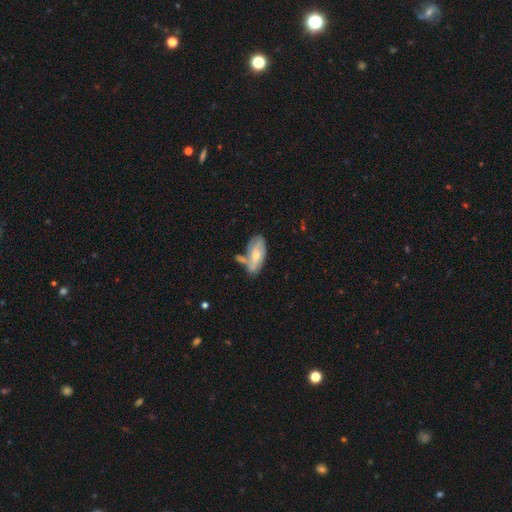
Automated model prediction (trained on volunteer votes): The model was most divided on "smooth or featured": smooth: 47%, featured or disk: 46%, star or artifact: 6%. Remaining: merging — none (41%).